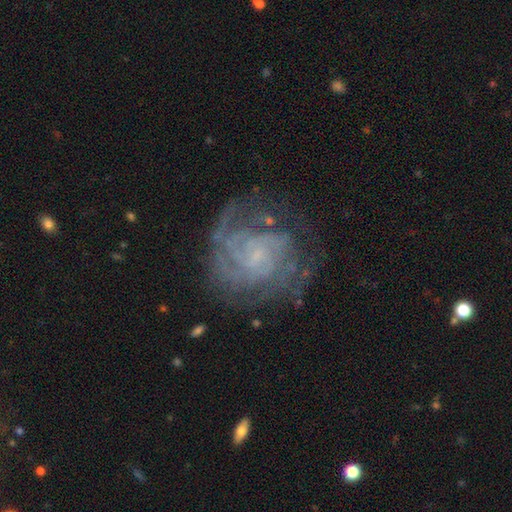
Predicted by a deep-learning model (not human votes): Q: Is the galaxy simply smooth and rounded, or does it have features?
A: featured or disk — 83%.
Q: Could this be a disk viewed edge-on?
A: no — 98%.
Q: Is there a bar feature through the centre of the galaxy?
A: no — 62%.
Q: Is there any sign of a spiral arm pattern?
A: yes — 93%.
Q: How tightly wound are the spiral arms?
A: tight — 58%.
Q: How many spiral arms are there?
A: can't tell — 36%.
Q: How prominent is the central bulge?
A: small — 59%.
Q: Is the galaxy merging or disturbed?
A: none — 65%.